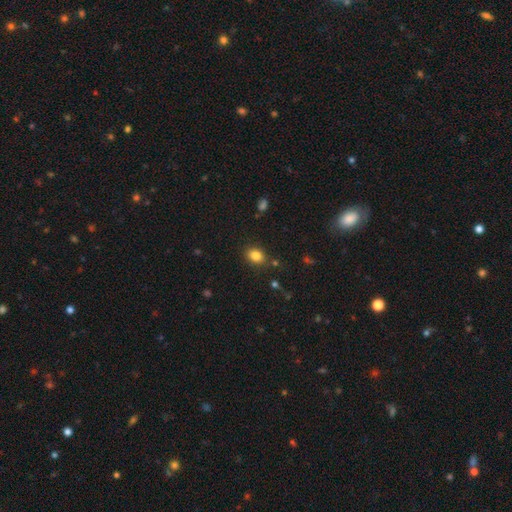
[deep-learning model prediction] This is clearly a smooth galaxy (84%). How rounded: likely in between (67%). Merging: clearly none (82%).